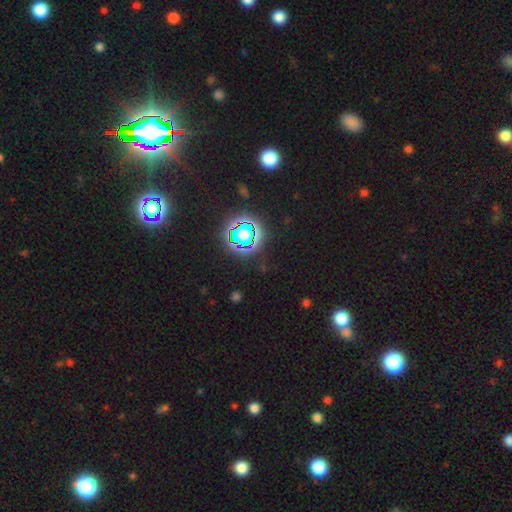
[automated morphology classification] Smooth or featured?
  - star or artifact: 78% *
  - smooth: 14%
  - featured or disk: 8%